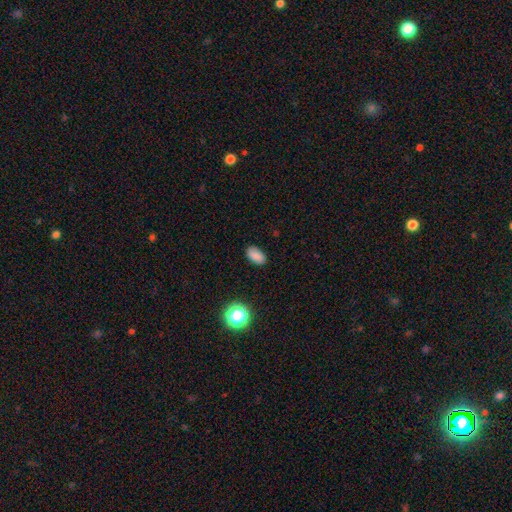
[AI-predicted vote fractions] Smooth or featured? Predicted: smooth (p=0.83). How rounded? Predicted: in between (p=0.90). Merging? Predicted: none (p=0.85).